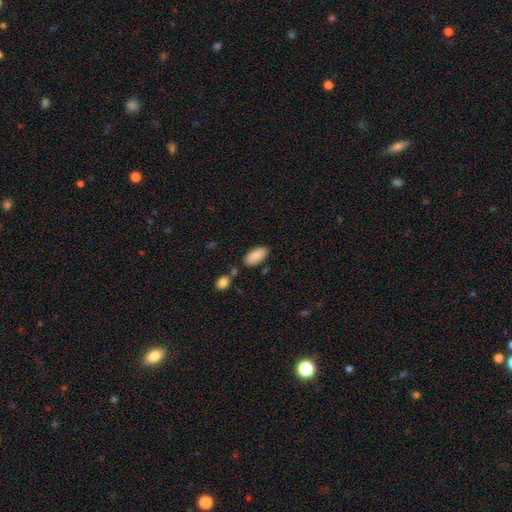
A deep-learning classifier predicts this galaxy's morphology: smooth_or_featured: smooth (p=0.87) [alt: featured or disk p=0.07]
how_rounded: in between (p=0.93) [alt: cigar-shaped p=0.05]
merging: none (p=0.77) [alt: minor disturbance p=0.14]